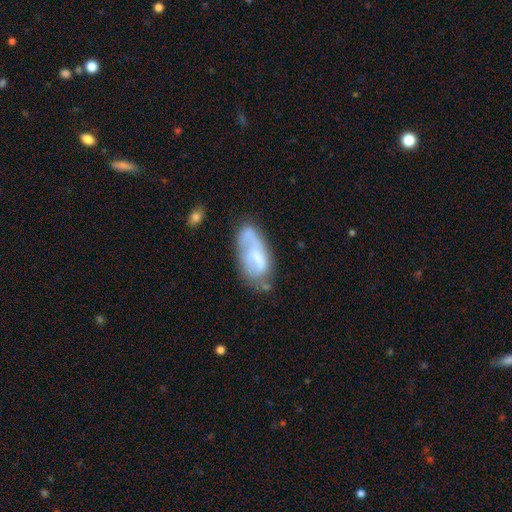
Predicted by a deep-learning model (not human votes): This is possibly a featured or disk galaxy (47%). Merging: marginally none (44%).